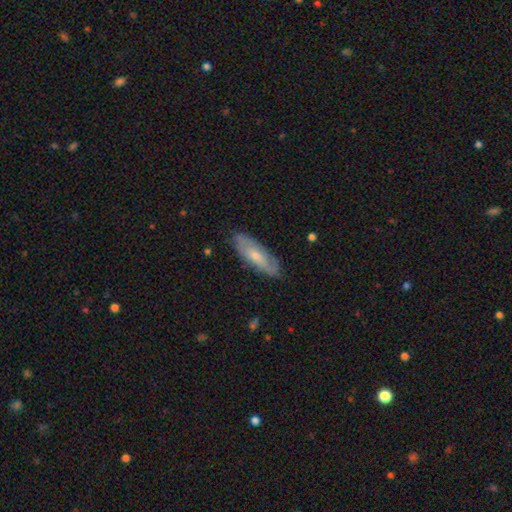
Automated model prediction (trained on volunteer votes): This appears to be a smooth galaxy with no disk features (52%) that is in between round and cigar-shaped (60%). Merging: none (81%).